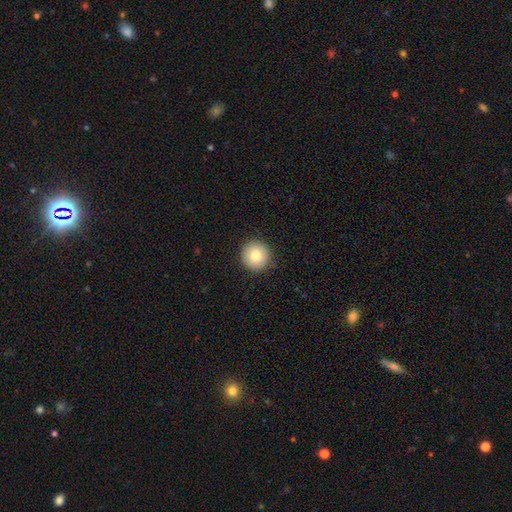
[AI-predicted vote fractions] Q: Smooth or featured?
A: smooth (81%); runner-up: featured or disk (10%)
Q: How rounded?
A: round (96%); runner-up: in between (3%)
Q: Merging?
A: none (91%); runner-up: minor disturbance (6%)